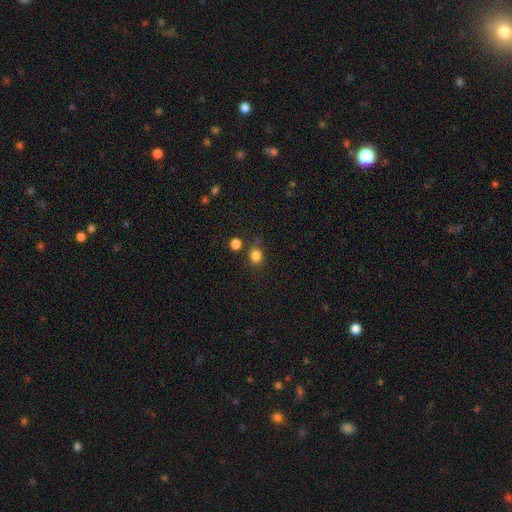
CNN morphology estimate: type=smooth (82%); roundness=round (65%); merging=none (75%).